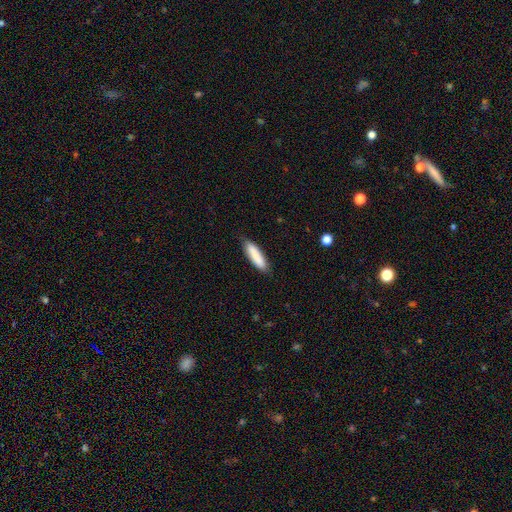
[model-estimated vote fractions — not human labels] Smooth or featured? Predicted: smooth (p=0.86). How rounded? Predicted: cigar-shaped (p=0.71). Merging? Predicted: none (p=0.85).